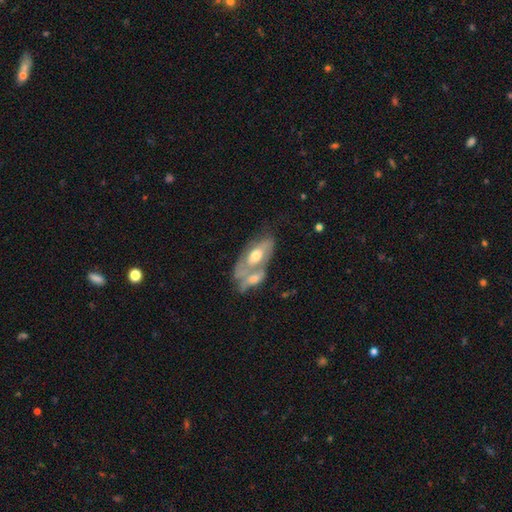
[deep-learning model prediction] featured or disk 56%, smooth 38%, star or artifact 6%. Down the decision tree: edge-on disk — no (81%); merging — merger (57%).